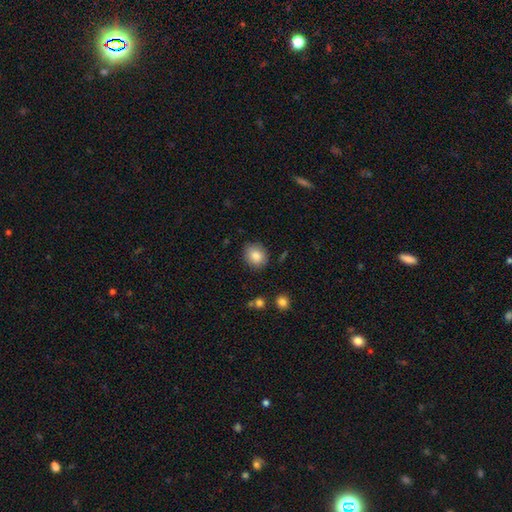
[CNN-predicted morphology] type=smooth (84%); roundness=round (64%); merging=none (86%).